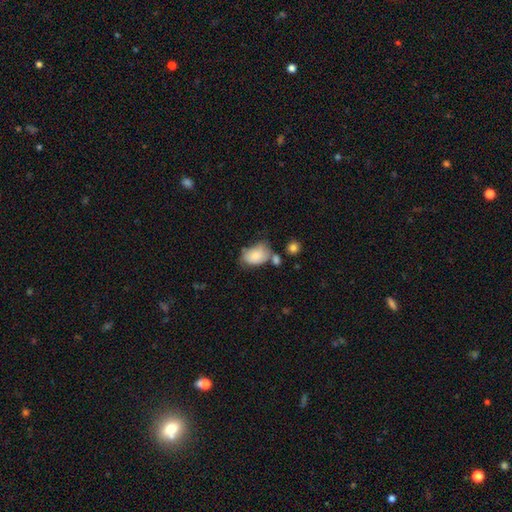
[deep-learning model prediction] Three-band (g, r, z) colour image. It shows a smooth galaxy with no disk features (80%) that is in between round and cigar-shaped (86%). Merging: none (46%).